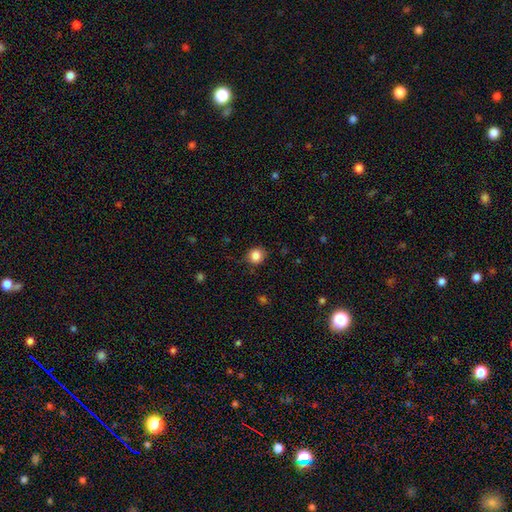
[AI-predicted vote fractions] Smooth or featured? Predicted: smooth (p=0.86). How rounded? Predicted: round (p=0.82). Merging? Predicted: none (p=0.84).